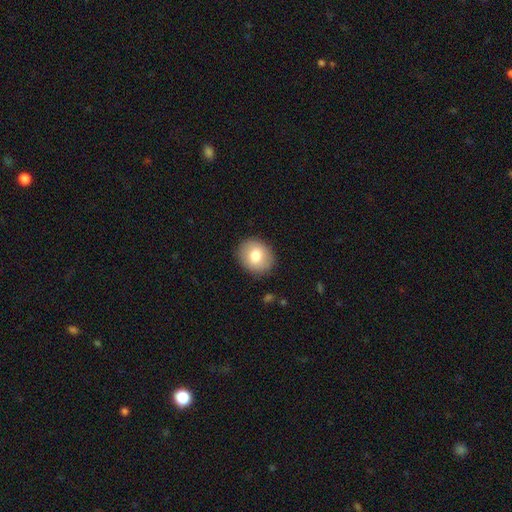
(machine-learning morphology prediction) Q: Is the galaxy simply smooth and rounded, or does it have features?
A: smooth — 79%.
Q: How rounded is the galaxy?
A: round — 64%.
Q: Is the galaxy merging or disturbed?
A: none — 89%.